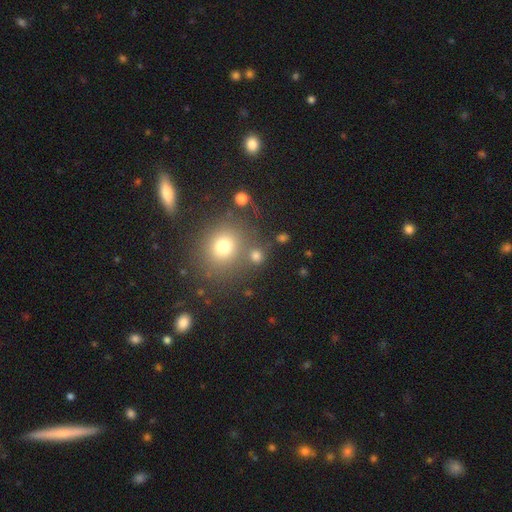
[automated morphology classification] Overall: smooth (74%). How rounded: round (84%). Merging: none (72%).